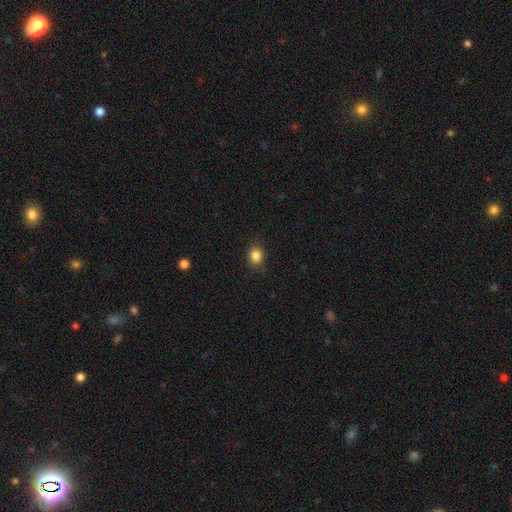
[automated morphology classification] type=smooth (85%); roundness=round (52%); merging=none (85%).